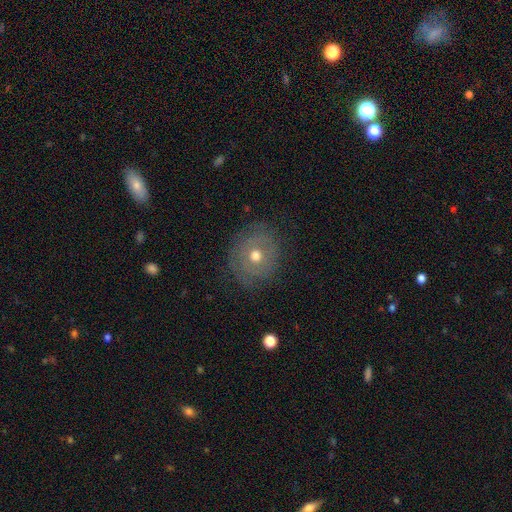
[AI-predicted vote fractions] Smooth or featured: smooth — 45% (featured or disk — 44%)
Merging: none — 78% (minor disturbance — 15%)